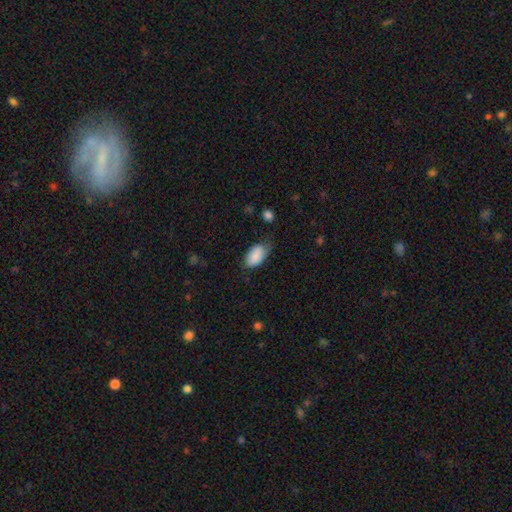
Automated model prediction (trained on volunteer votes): Morphology: type=smooth (87%); roundness=in between (94%); merging=none (52%).